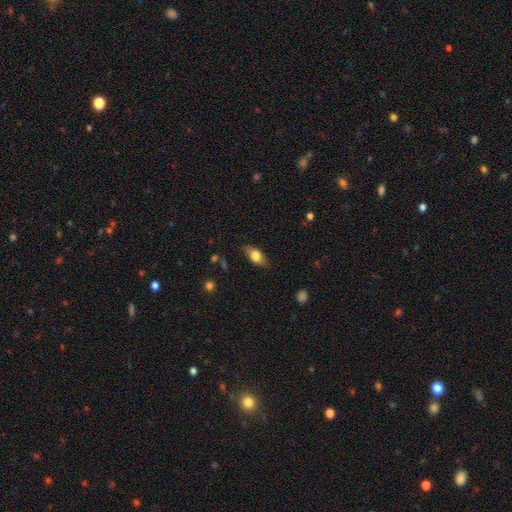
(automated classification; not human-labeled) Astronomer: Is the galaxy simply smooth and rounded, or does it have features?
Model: smooth — 73%.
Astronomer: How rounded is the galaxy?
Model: in between — 83%.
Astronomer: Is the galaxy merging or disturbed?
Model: none — 80%.